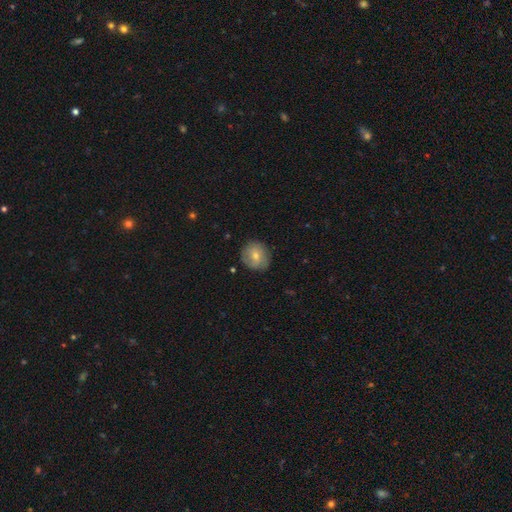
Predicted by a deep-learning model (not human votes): The model was most divided on "smooth or featured": smooth: 61%, featured or disk: 31%, star or artifact: 8%. More confident: how rounded — round (81%); merging — none (79%).